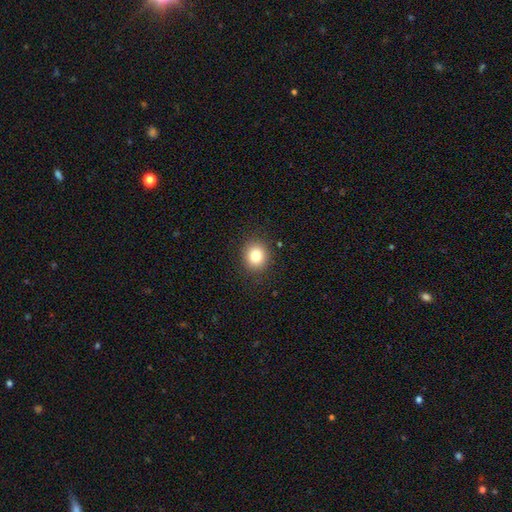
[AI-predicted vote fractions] Q: Smooth or featured?
A: smooth (84%); runner-up: star or artifact (10%)
Q: How rounded?
A: round (76%); runner-up: in between (23%)
Q: Merging?
A: none (88%); runner-up: minor disturbance (8%)